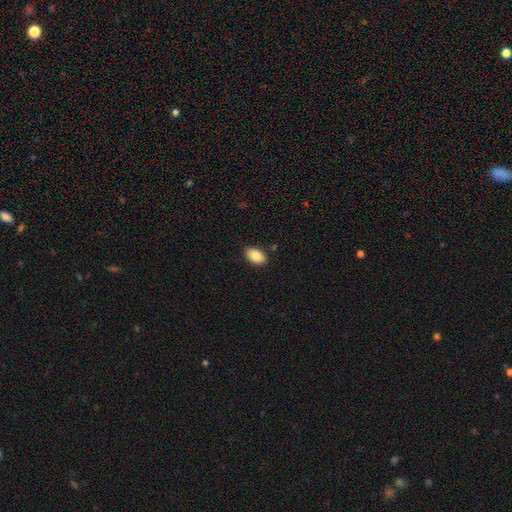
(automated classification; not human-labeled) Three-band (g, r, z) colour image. It shows a smooth galaxy with no disk features (88%) that is in between round and cigar-shaped (93%). Merging: none (87%).